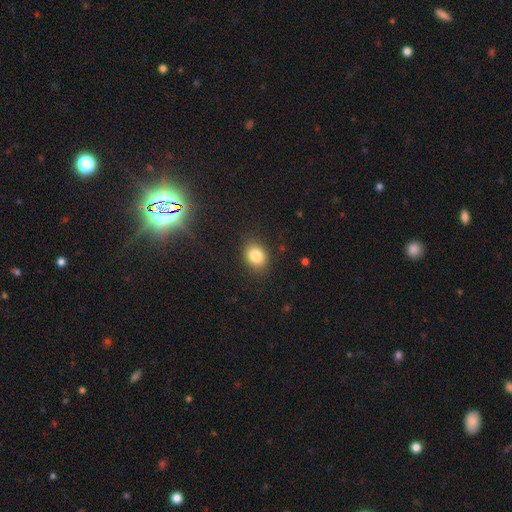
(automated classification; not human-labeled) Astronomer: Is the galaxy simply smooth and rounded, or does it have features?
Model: smooth — 83%.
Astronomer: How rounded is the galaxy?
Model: in between — 52% (runner-up: round, 47%).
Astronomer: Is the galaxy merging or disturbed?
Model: none — 86%.